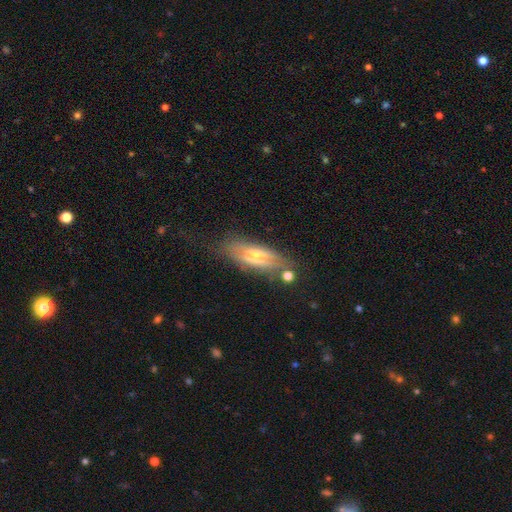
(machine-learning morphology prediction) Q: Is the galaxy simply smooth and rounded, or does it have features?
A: featured or disk — 58%.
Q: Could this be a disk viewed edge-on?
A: yes — 73%.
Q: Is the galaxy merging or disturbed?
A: none — 63%.